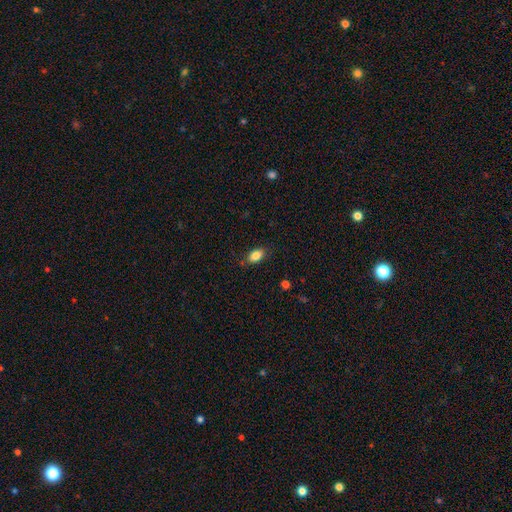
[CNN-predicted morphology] The model was most divided on "merging": none: 82%, minor disturbance: 14%, major disturbance: 3%, merger: 1%. More confident: how rounded — in between (87%); smooth or featured — smooth (85%).